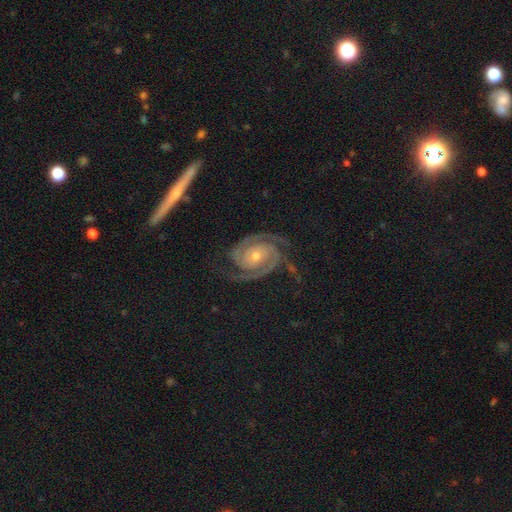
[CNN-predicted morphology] A featured or disk galaxy (93%) with no bar (68%), 2 (89%) tight (68%) spiral arms (99%) and a small central bulge (58%).

Vote fractions:
- Smooth or featured? featured or disk: 93% / star or artifact: 4% / smooth: 2%
- Edge-on disk? no: 97% / yes: 3%
- Bar? no: 68% / weak: 20% / strong: 12%
- Spiral arms? yes: 99% / no: 1%
- Spiral winding? tight: 68% / medium: 28% / loose: 4%
- Spiral arm count? 2: 89% / 3: 5% / can't tell: 2% / 4: 2% / 1: 1% / more than 4: 1%
- Bulge size? small: 58% / moderate: 38% / large: 2% / none: 1% / dominant: 1%
- Merging? none: 80% / minor disturbance: 13% / major disturbance: 5% / merger: 2%